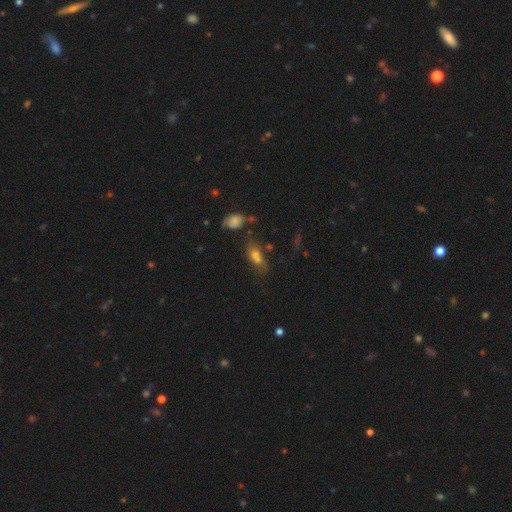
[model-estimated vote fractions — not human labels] Morphology: type=smooth (61%); roundness=in between (70%); merging=none (39%).